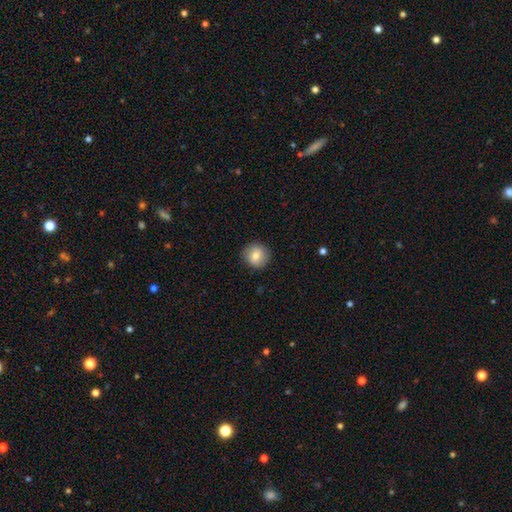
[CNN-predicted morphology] This appears to be a smooth galaxy with no disk features (78%) that is round (92%). Merging: none (89%).